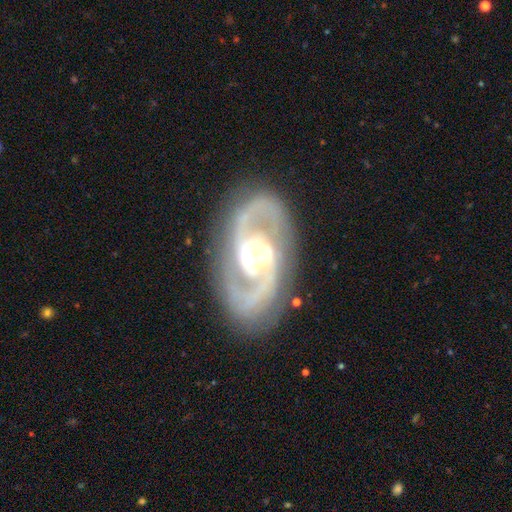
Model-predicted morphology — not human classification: The model was most divided on "bar" (2-way tie): weak: 39%, strong: 39%, no: 22%. More confident: edge-on disk — no (97%); spiral arms — yes (95%); smooth or featured — featured or disk (91%); spiral arm count — 2 (90%); merging — none (80%); spiral winding — medium (54%); bulge size — moderate (51%).